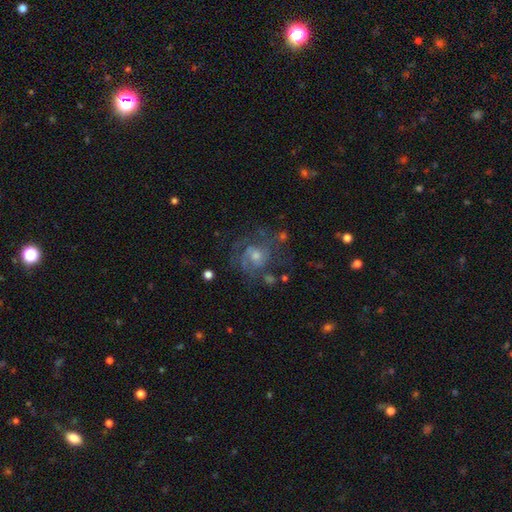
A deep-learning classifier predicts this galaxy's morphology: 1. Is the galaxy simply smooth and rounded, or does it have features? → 73% featured or disk, 14% smooth, 13% star or artifact.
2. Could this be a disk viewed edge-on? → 97% no, 3% yes.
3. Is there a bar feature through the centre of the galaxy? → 72% no, 24% weak, 4% strong.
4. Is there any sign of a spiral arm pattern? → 88% yes, 12% no.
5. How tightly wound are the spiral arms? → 52% tight, 38% medium, 11% loose.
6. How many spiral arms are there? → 36% can't tell, 26% 2, 21% 3, 7% 4, 6% 1, 5% more than 4.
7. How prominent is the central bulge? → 54% moderate, 36% small, 6% large, 3% none, 1% dominant.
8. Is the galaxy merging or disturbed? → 65% none, 17% minor disturbance, 15% major disturbance, 4% merger.